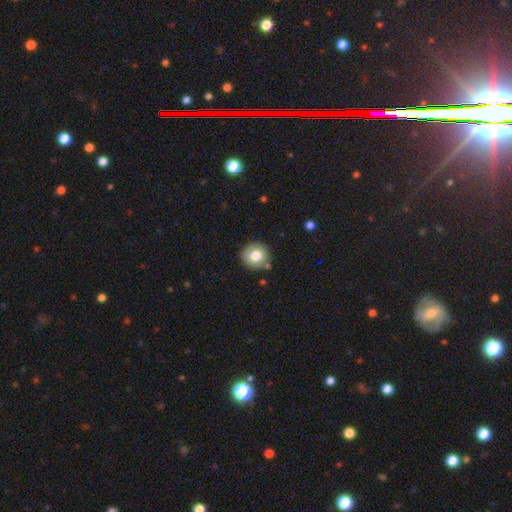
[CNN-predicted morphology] A smooth galaxy with no disk features (78%) that is round (91%). Merging: none (82%).